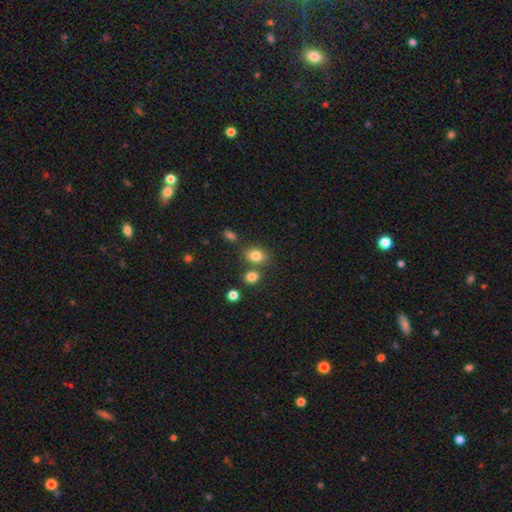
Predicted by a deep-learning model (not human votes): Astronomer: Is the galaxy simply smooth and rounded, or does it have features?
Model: smooth — 82%.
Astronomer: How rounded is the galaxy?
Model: in between — 59% (runner-up: round, 40%).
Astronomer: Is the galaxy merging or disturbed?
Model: none — 67%.